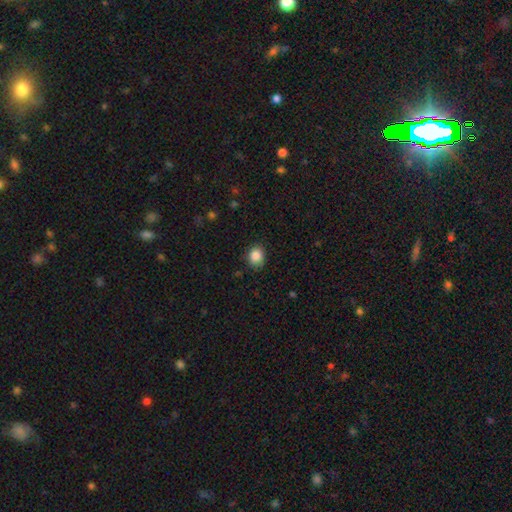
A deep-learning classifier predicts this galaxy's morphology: This is clearly a smooth galaxy (86%). How rounded: likely round (65%). Merging: clearly none (83%).